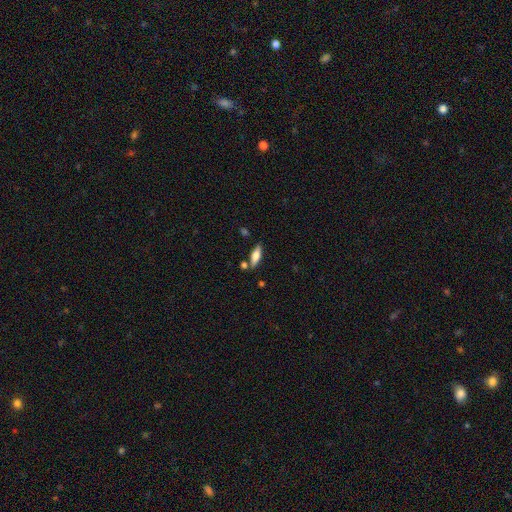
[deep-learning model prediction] Smooth or featured?
  - smooth: 64% *
  - featured or disk: 29%
  - star or artifact: 7%
How rounded?
  - in between: 55% *
  - cigar-shaped: 42%
  - round: 2%
Merging?
  - none: 78% *
  - minor disturbance: 12%
  - merger: 7%
  - major disturbance: 3%